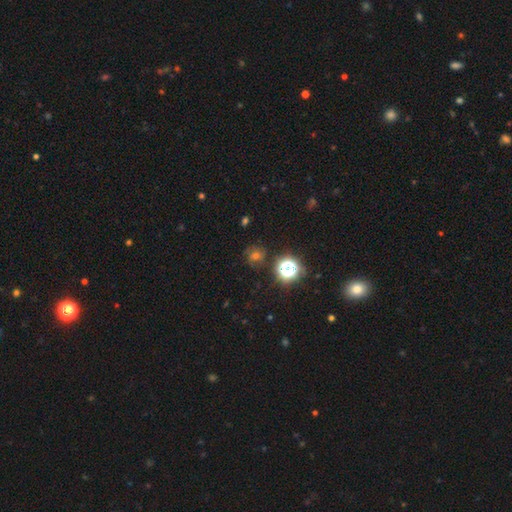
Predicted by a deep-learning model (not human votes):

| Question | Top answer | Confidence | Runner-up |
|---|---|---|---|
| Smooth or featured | smooth | 47% | star or artifact (39%) |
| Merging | none | 81% | minor disturbance (11%) |